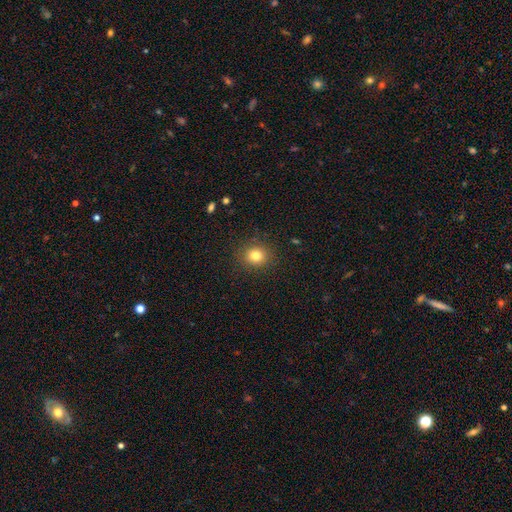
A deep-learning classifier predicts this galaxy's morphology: Smooth or featured: smooth — 80% (star or artifact — 13%)
How rounded: round — 81% (in between — 18%)
Merging: none — 89% (minor disturbance — 7%)